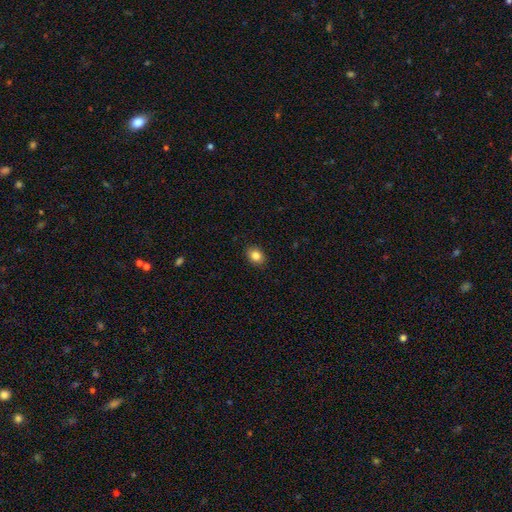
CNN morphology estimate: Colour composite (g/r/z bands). It shows a smooth galaxy with no disk features (85%) that is in between round and cigar-shaped (57%). Merging: none (90%).